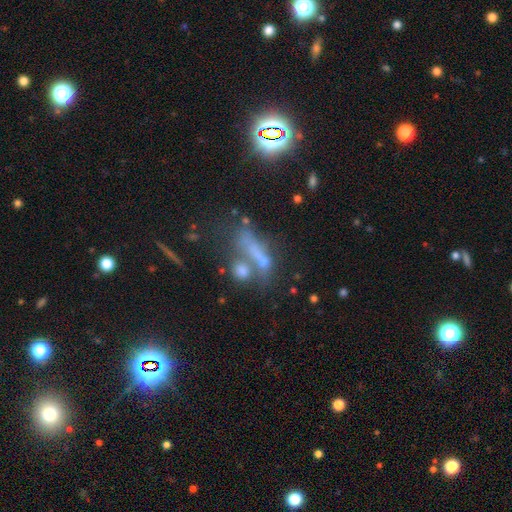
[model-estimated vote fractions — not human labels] smooth_or_featured: smooth (p=0.36) [alt: star or artifact p=0.34]
merging: none (p=0.37) [alt: merger p=0.35]